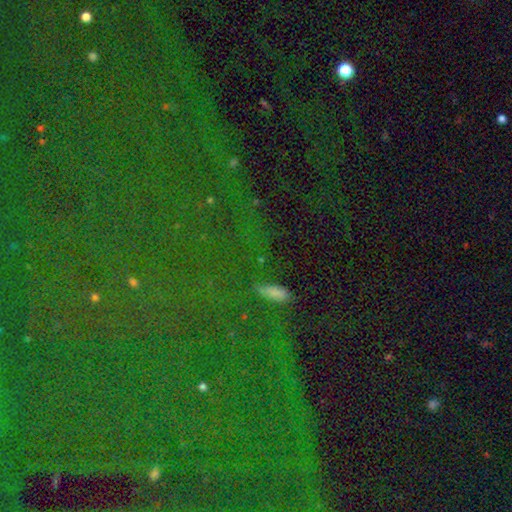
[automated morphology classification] The model was most divided on "smooth or featured": star or artifact: 79%, smooth: 11%, featured or disk: 9%.